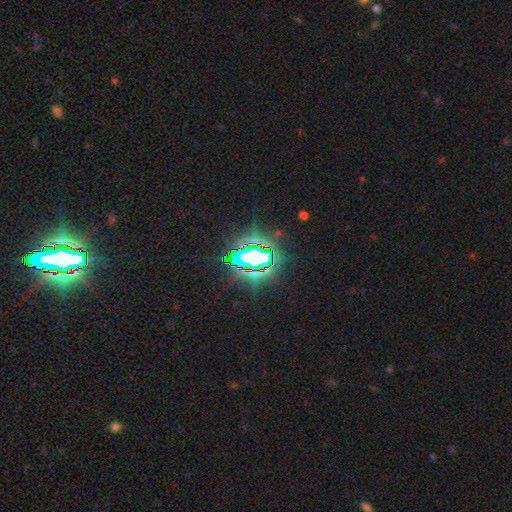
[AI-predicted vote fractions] A star or artifact, not a galaxy (76%).